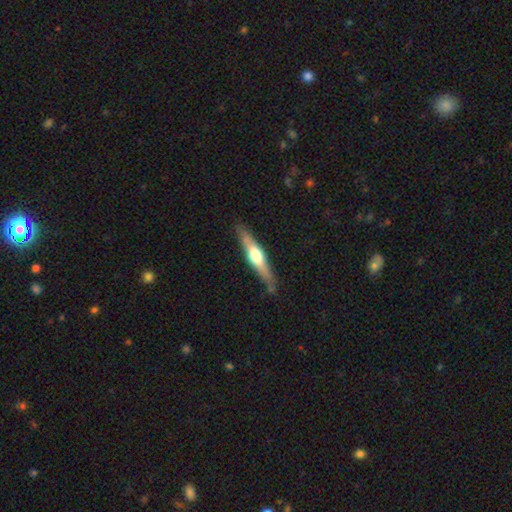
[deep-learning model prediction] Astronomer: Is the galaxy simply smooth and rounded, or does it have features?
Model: featured or disk — 62%.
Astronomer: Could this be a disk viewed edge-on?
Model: yes — 95%.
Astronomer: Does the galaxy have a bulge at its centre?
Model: rounded — 90%.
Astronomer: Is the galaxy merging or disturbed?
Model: none — 83%.